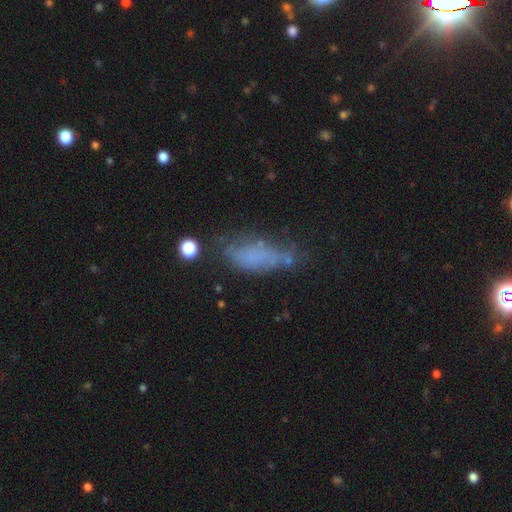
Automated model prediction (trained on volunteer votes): smooth 56%, featured or disk 29%, star or artifact 16%. Down the decision tree: how rounded — in between (69%); merging — none (38%).